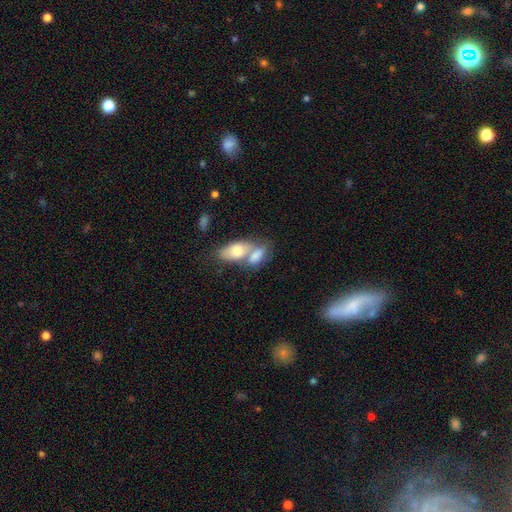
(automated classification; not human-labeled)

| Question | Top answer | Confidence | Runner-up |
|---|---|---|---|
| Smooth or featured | smooth | 74% | featured or disk (19%) |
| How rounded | in between | 88% | round (6%) |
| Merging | merger | 69% | none (19%) |